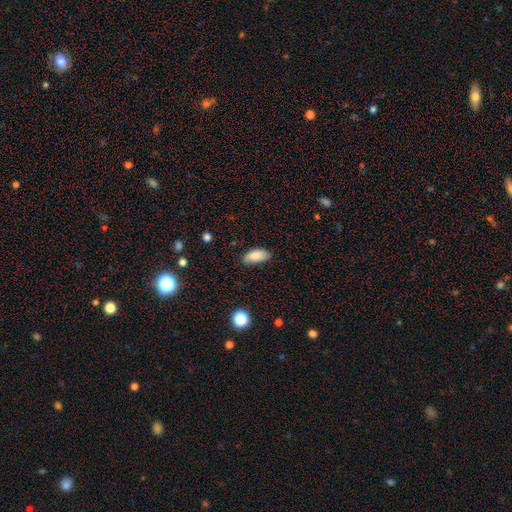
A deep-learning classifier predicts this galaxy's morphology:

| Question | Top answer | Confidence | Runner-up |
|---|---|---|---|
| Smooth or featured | smooth | 85% | star or artifact (8%) |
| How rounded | in between | 90% | cigar-shaped (7%) |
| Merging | none | 71% | minor disturbance (23%) |